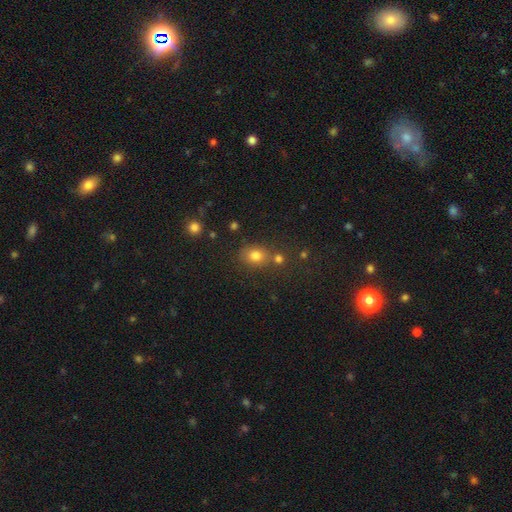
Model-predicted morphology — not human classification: Smooth or featured? smooth (77%)
How rounded? round (51%)
Merging? none (65%)